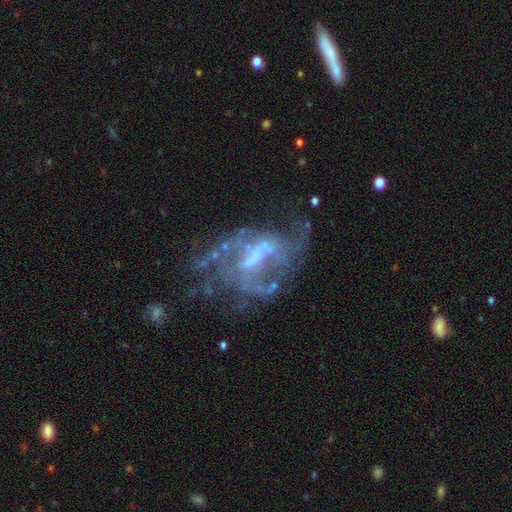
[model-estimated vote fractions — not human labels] Smooth or featured?
  - featured or disk: 78% *
  - star or artifact: 11%
  - smooth: 10%
Edge-on disk?
  - no: 97% *
  - yes: 3%
Bar?
  - weak: 41% *
  - no: 39%
  - strong: 20%
Spiral arms?
  - yes: 61% *
  - no: 39%
Bulge size?
  - none: 38% *
  - small: 28%
  - moderate: 28%
  - large: 5%
  - dominant: 1%
Merging?
  - none: 40% *
  - major disturbance: 35%
  - minor disturbance: 18%
  - merger: 7%